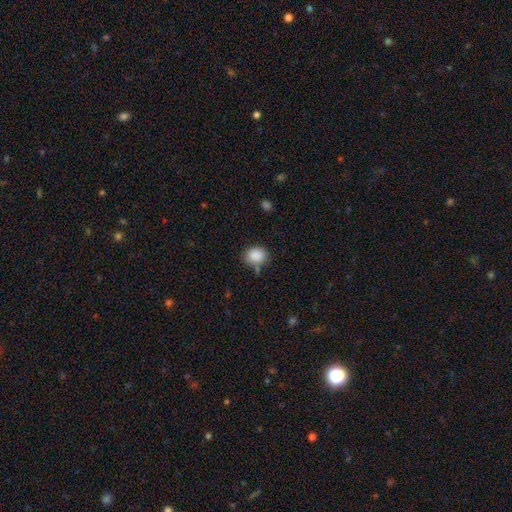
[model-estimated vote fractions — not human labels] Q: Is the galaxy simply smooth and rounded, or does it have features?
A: smooth — 88%.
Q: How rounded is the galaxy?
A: in between — 50%.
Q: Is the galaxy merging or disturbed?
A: none — 73%.